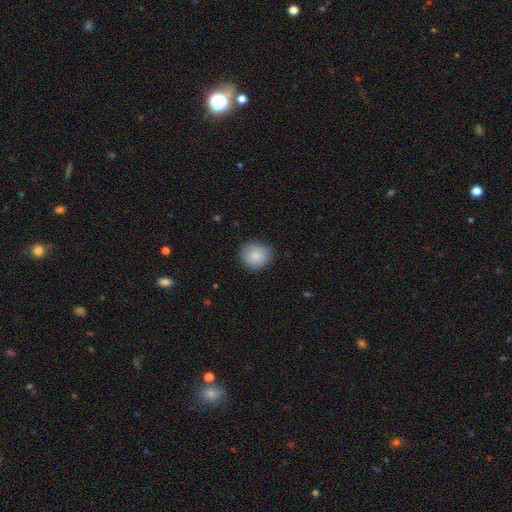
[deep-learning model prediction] This appears to be a smooth galaxy with no disk features (85%) that is round (82%). Merging: none (79%).